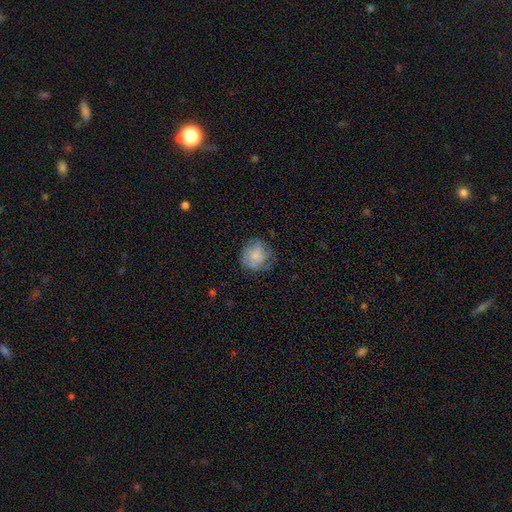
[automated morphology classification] Smooth or featured?
  - smooth: 66% *
  - featured or disk: 26%
  - star or artifact: 8%
How rounded?
  - round: 83% *
  - in between: 16%
  - cigar-shaped: 1%
Merging?
  - none: 65% *
  - minor disturbance: 23%
  - major disturbance: 11%
  - merger: 1%